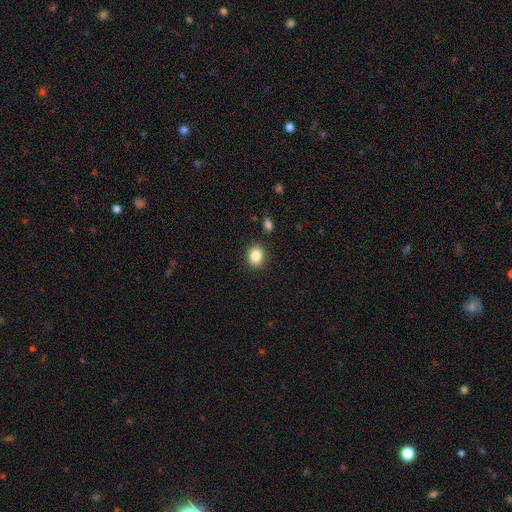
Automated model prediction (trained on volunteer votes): This appears to be a smooth galaxy with no disk features (86%) that is round (51%). Merging: none (87%).